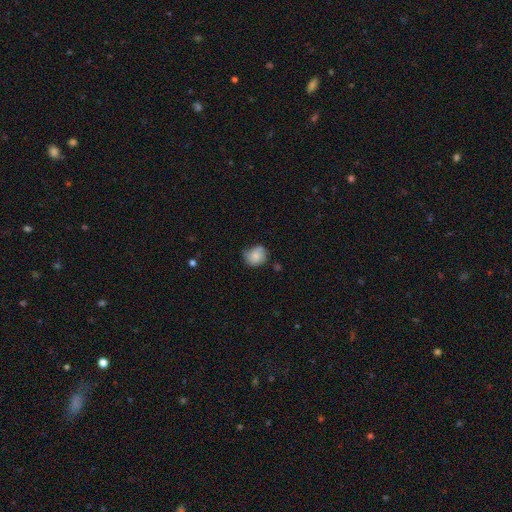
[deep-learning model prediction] Q: Smooth or featured?
A: smooth (66%); runner-up: featured or disk (25%)
Q: How rounded?
A: round (70%); runner-up: in between (29%)
Q: Merging?
A: none (60%); runner-up: minor disturbance (30%)